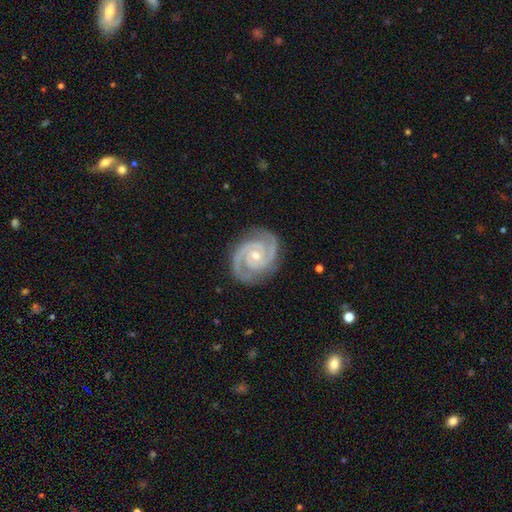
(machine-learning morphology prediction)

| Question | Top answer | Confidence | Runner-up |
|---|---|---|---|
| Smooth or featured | featured or disk | 94% | star or artifact (4%) |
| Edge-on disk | no | 98% | yes (2%) |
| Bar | no | 66% | weak (26%) |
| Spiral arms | yes | 99% | no (1%) |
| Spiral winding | tight | 62% | medium (34%) |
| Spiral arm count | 2 | 86% | 3 (8%) |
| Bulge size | small | 54% | moderate (43%) |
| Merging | none | 84% | minor disturbance (12%) |